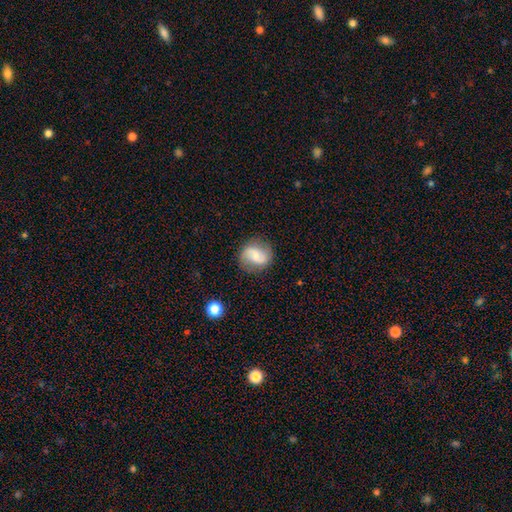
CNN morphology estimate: A featured or disk galaxy (51%). Merging: none (79%).